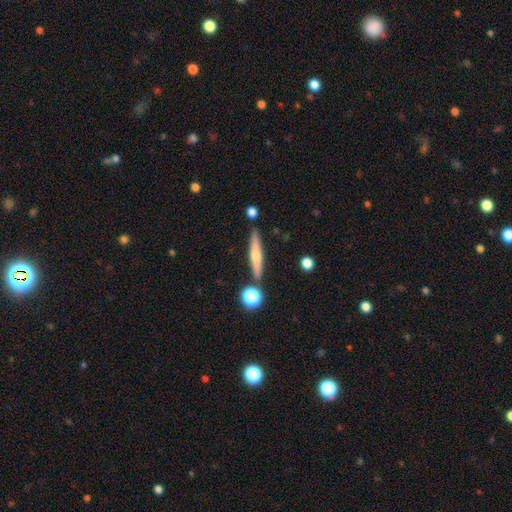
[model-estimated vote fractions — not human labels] This is possibly a featured or disk galaxy (52%). It is clearly viewed edge-on (95%). Merging: clearly none (84%).